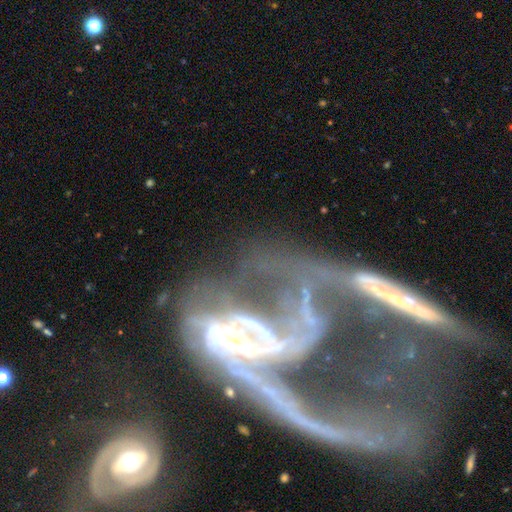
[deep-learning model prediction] Q: Smooth or featured?
A: featured or disk (73%); runner-up: star or artifact (16%)
Q: Edge-on disk?
A: no (91%); runner-up: yes (9%)
Q: Bar?
A: no (47%); runner-up: strong (28%)
Q: Spiral arms?
A: yes (65%); runner-up: no (35%)
Q: Bulge size?
A: moderate (35%); runner-up: small (27%)
Q: Merging?
A: merger (50%); runner-up: major disturbance (31%)